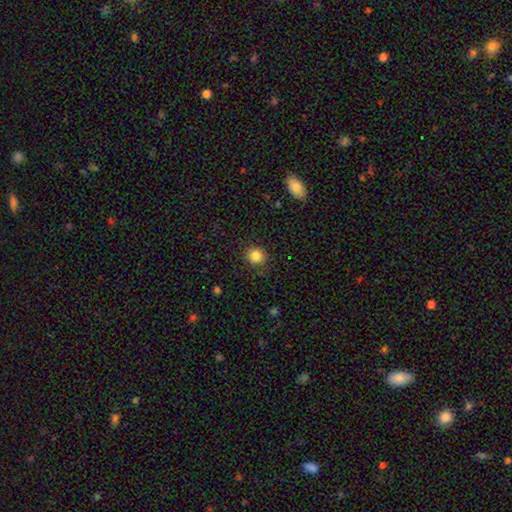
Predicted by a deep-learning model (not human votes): Smooth or featured? Predicted: smooth (p=0.84). How rounded? Predicted: round (p=0.87). Merging? Predicted: none (p=0.86).